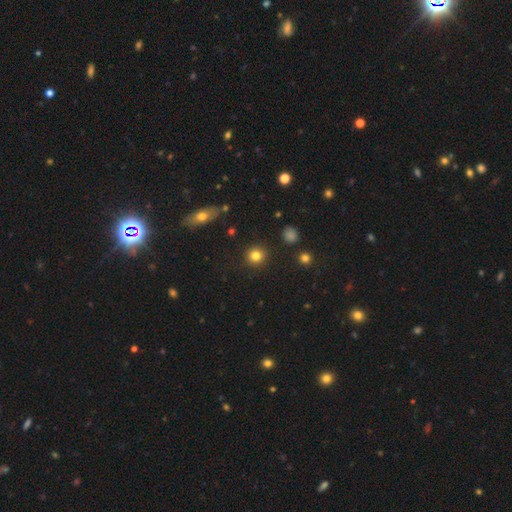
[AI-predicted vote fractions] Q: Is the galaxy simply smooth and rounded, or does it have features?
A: smooth — 82%.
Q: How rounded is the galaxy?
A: round — 92%.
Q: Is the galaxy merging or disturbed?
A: none — 91%.